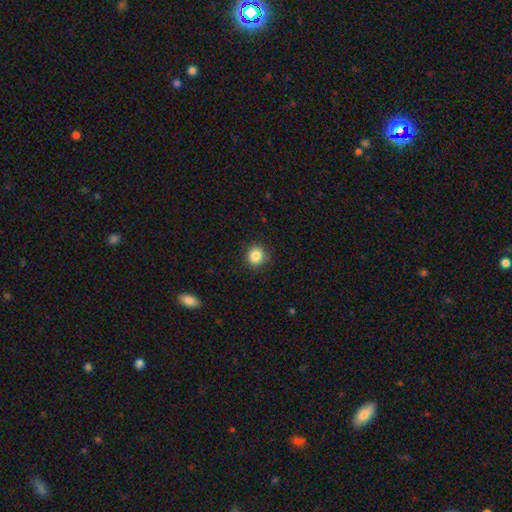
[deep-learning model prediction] Smooth or featured? smooth (85%)
How rounded? round (91%)
Merging? none (89%)